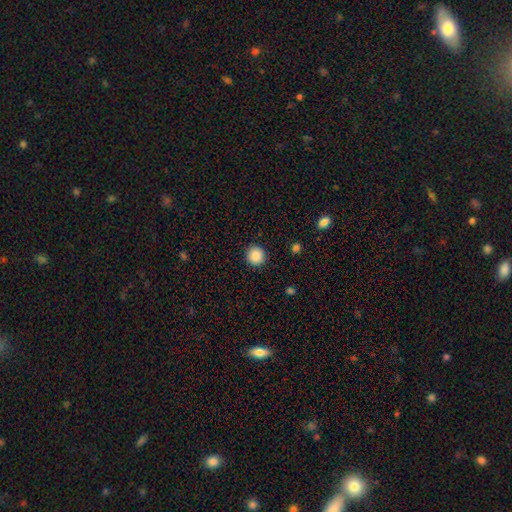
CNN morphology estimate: smooth 88%, star or artifact 9%, featured or disk 3%. Down the decision tree: how rounded — round (93%); merging — none (92%).